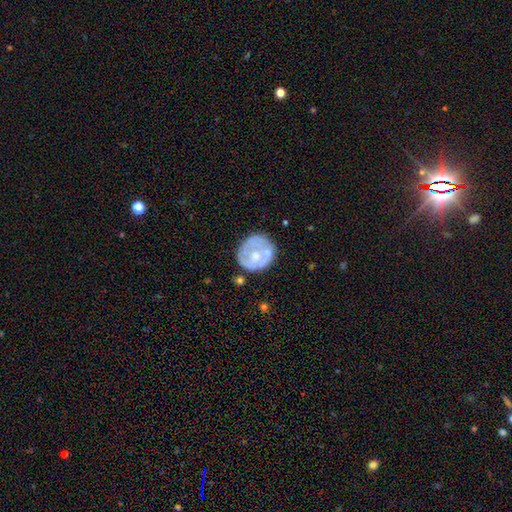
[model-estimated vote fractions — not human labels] A featured or disk galaxy (55%) with no bar (85%), no spiral arms (74%) and a moderate central bulge (53%).

Vote fractions:
- Smooth or featured? featured or disk: 55% / smooth: 39% / star or artifact: 6%
- Edge-on disk? no: 98% / yes: 2%
- Bar? no: 85% / weak: 12% / strong: 3%
- Spiral arms? no: 74% / yes: 26%
- Bulge size? moderate: 53% / small: 27% / none: 11% / large: 7% / dominant: 2%
- Merging? none: 59% / minor disturbance: 22% / major disturbance: 11% / merger: 8%